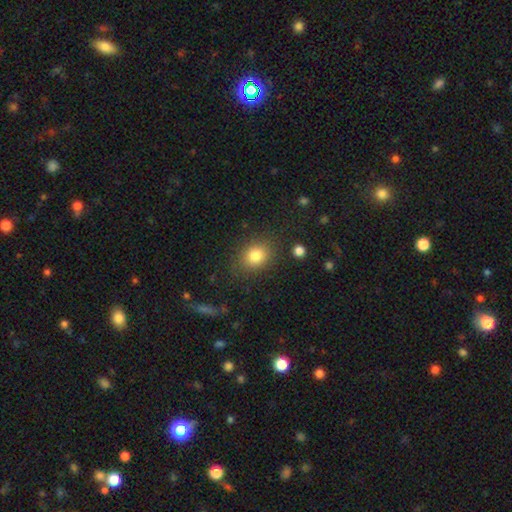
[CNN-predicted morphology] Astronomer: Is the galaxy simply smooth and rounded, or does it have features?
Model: smooth — 82%.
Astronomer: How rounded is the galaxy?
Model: round — 52% (runner-up: in between, 47%).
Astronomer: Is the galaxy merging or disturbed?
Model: none — 80%.